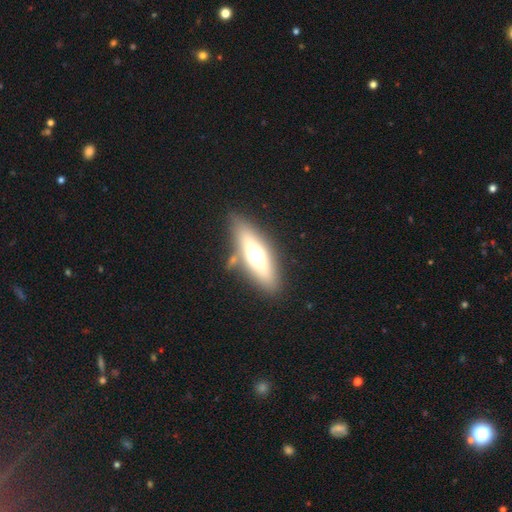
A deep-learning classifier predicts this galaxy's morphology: smooth_or_featured: smooth (p=0.47) [alt: featured or disk p=0.44]
merging: none (p=0.82) [alt: minor disturbance p=0.11]